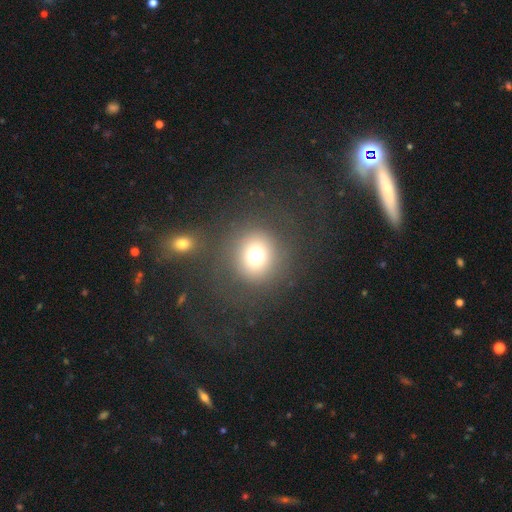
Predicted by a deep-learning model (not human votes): Q: Smooth or featured?
A: smooth (71%); runner-up: star or artifact (18%)
Q: How rounded?
A: round (89%); runner-up: in between (10%)
Q: Merging?
A: none (77%); runner-up: minor disturbance (9%)